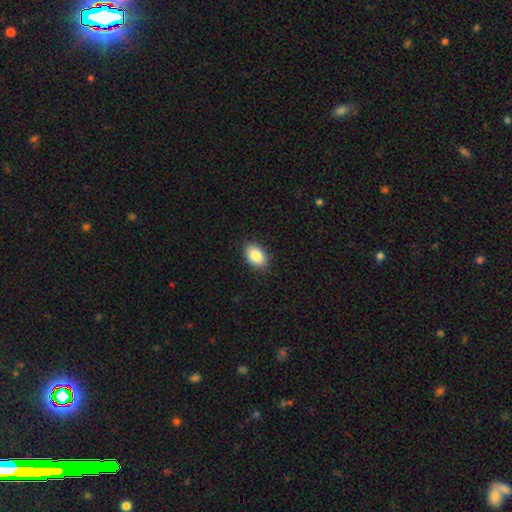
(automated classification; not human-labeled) Q: Smooth or featured?
A: smooth (86%); runner-up: star or artifact (7%)
Q: How rounded?
A: in between (89%); runner-up: round (9%)
Q: Merging?
A: none (89%); runner-up: minor disturbance (8%)